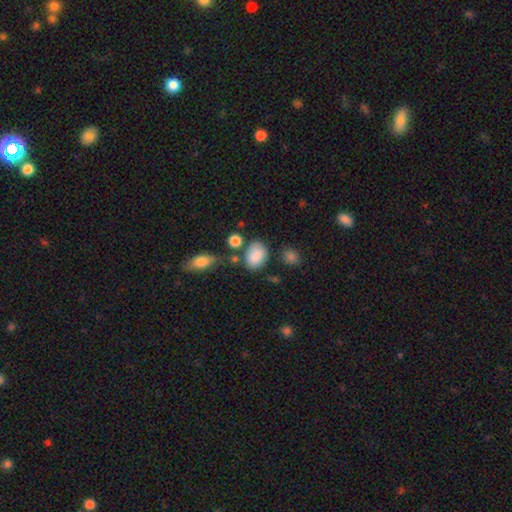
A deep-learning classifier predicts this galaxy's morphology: Smooth or featured?
  - smooth: 85% *
  - star or artifact: 9%
  - featured or disk: 7%
How rounded?
  - in between: 77% *
  - round: 22%
  - cigar-shaped: 1%
Merging?
  - none: 67% *
  - minor disturbance: 18%
  - merger: 9%
  - major disturbance: 6%